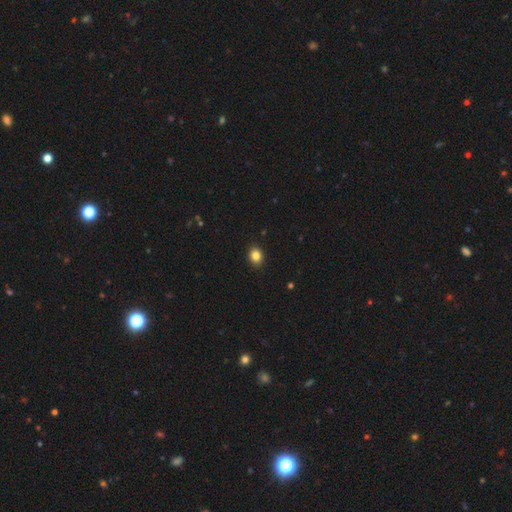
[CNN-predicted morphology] Q: Smooth or featured?
A: smooth (84%); runner-up: star or artifact (10%)
Q: How rounded?
A: in between (50%); runner-up: round (49%)
Q: Merging?
A: none (90%); runner-up: minor disturbance (7%)